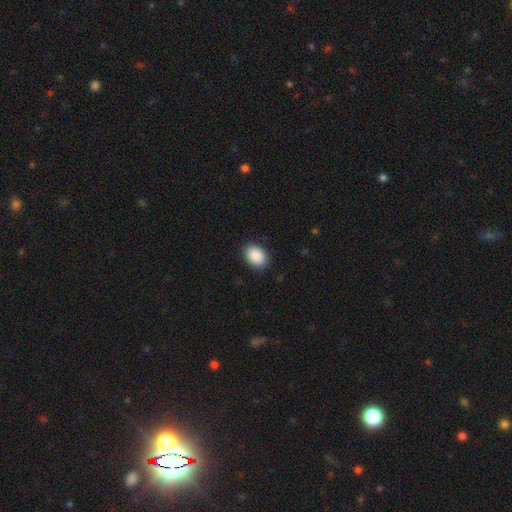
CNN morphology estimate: Smooth or featured?
  - smooth: 90% *
  - star or artifact: 7%
  - featured or disk: 3%
How rounded?
  - in between: 78% *
  - round: 21%
  - cigar-shaped: 1%
Merging?
  - none: 88% *
  - minor disturbance: 9%
  - major disturbance: 2%
  - merger: 1%